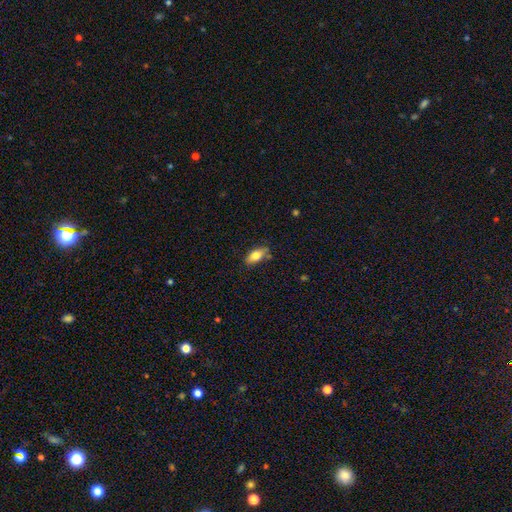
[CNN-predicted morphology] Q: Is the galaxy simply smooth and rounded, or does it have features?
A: smooth — 76%.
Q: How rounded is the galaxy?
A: in between — 85%.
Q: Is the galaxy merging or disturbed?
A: none — 75%.